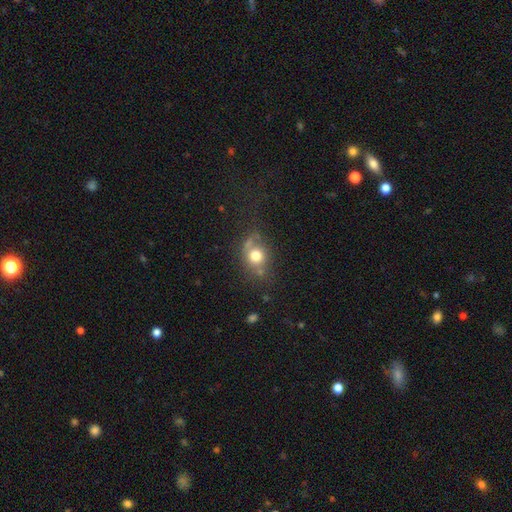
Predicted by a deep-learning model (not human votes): This is likely a smooth galaxy (72%). How rounded: likely round (69%). Merging: possibly none (54%).